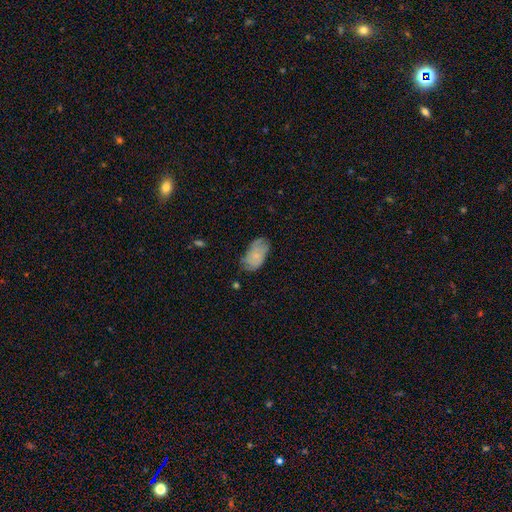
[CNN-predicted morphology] smooth 70%, featured or disk 23%, star or artifact 7%. Down the decision tree: how rounded — in between (94%); merging — none (60%).